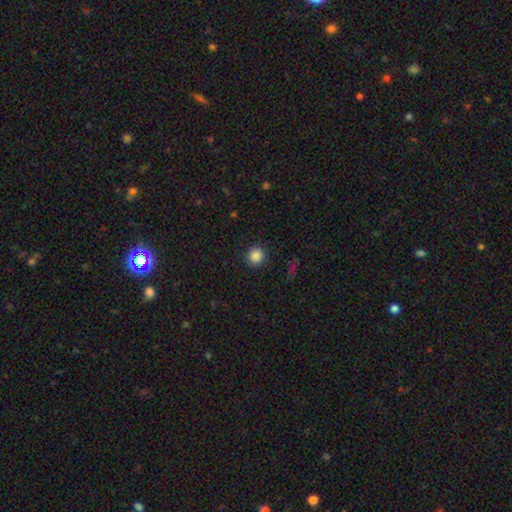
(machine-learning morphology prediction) Smooth or featured?
  - smooth: 86% *
  - star or artifact: 10%
  - featured or disk: 3%
How rounded?
  - round: 93% *
  - in between: 6%
  - cigar-shaped: 1%
Merging?
  - none: 91% *
  - minor disturbance: 6%
  - major disturbance: 2%
  - merger: 1%